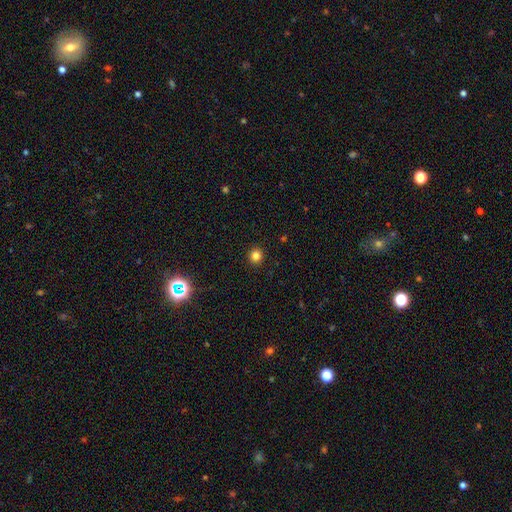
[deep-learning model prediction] smooth_or_featured: smooth (p=0.81) [alt: star or artifact p=0.14]
how_rounded: round (p=0.92) [alt: in between p=0.07]
merging: none (p=0.93) [alt: minor disturbance p=0.05]